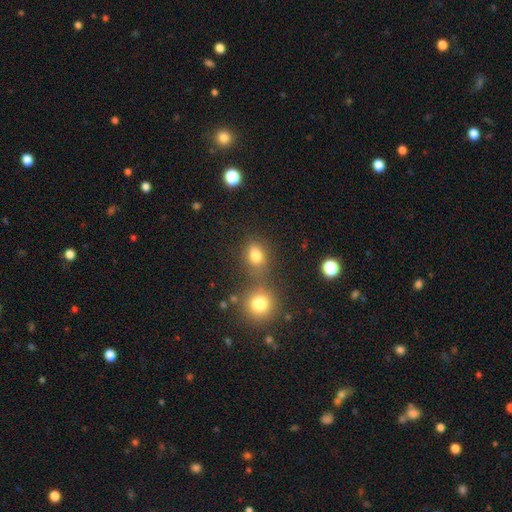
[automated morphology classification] A smooth galaxy with no disk features (77%) that is in between round and cigar-shaped (55%). Merging: none (58%).